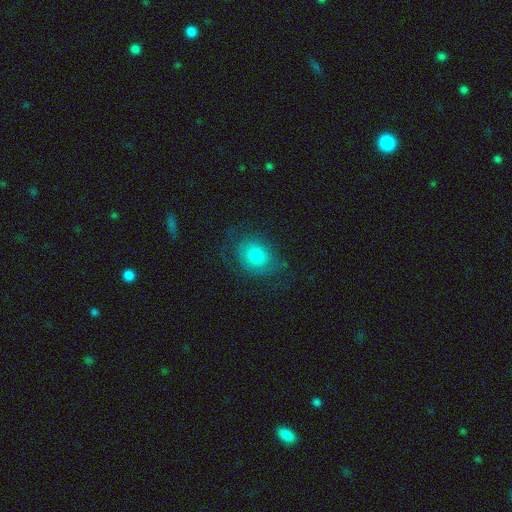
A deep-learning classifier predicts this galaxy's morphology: Smooth or featured?
  - smooth: 65% *
  - featured or disk: 26%
  - star or artifact: 9%
How rounded?
  - in between: 55% *
  - round: 43%
  - cigar-shaped: 1%
Merging?
  - none: 60% *
  - minor disturbance: 22%
  - major disturbance: 16%
  - merger: 2%